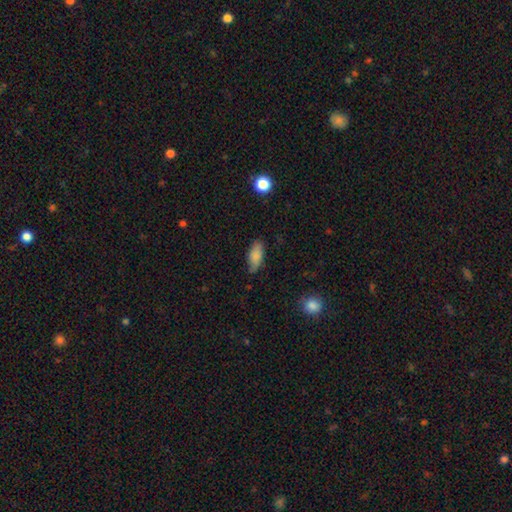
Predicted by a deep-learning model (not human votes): Smooth or featured? Predicted: smooth (p=0.84). How rounded? Predicted: in between (p=0.83). Merging? Predicted: none (p=0.74).